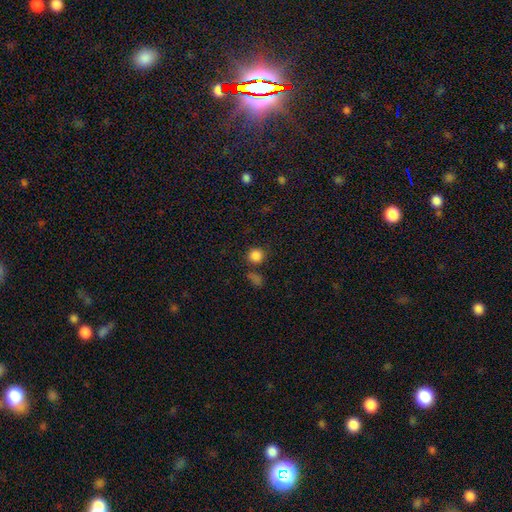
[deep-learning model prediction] This is clearly a smooth galaxy (83%). How rounded: clearly round (91%). Merging: likely none (75%).